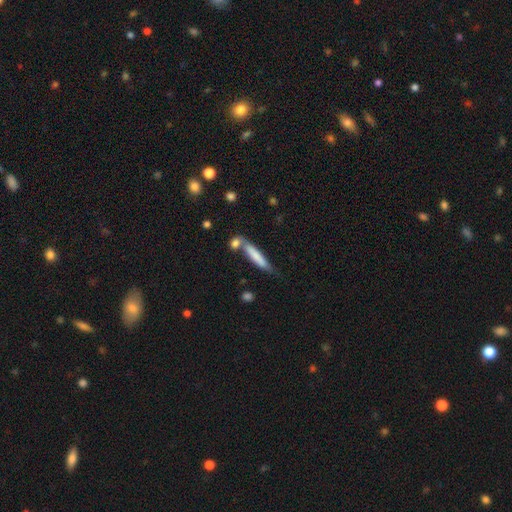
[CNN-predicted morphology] A smooth galaxy with no disk features (73%) that is cigar-shaped (86%).

Vote fractions:
- Smooth or featured? smooth: 73% / featured or disk: 21% / star or artifact: 6%
- How rounded? cigar-shaped: 86% / in between: 13% / round: 2%
- Merging? none: 54% / merger: 23% / minor disturbance: 17% / major disturbance: 5%